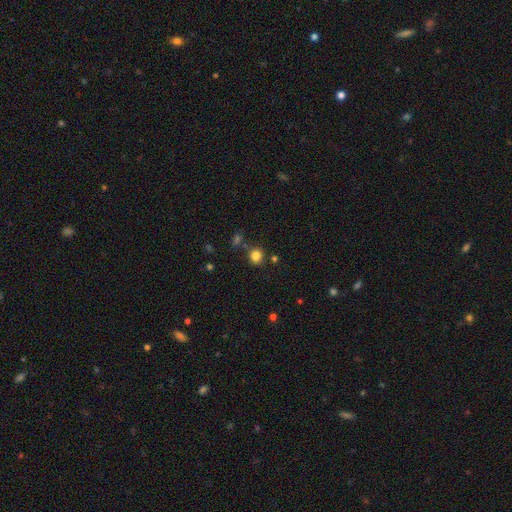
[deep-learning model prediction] Smooth or featured?
  - smooth: 82% *
  - star or artifact: 13%
  - featured or disk: 5%
How rounded?
  - round: 81% *
  - in between: 18%
  - cigar-shaped: 1%
Merging?
  - none: 79% *
  - minor disturbance: 10%
  - merger: 8%
  - major disturbance: 4%